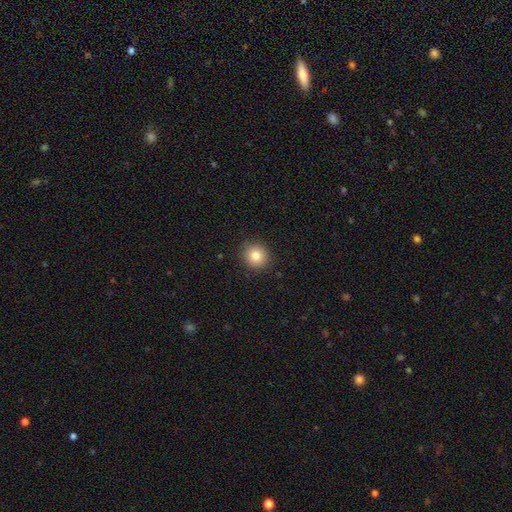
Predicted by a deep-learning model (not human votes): smooth_or_featured: smooth (p=0.83) [alt: star or artifact p=0.10]
how_rounded: round (p=0.90) [alt: in between p=0.09]
merging: none (p=0.90) [alt: minor disturbance p=0.07]